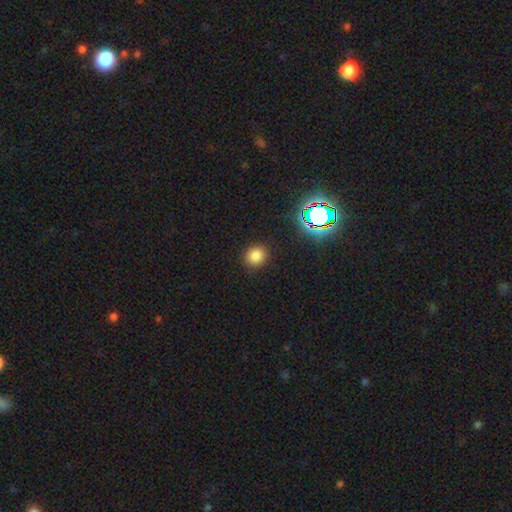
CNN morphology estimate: type=smooth (79%); roundness=round (80%); merging=none (88%).